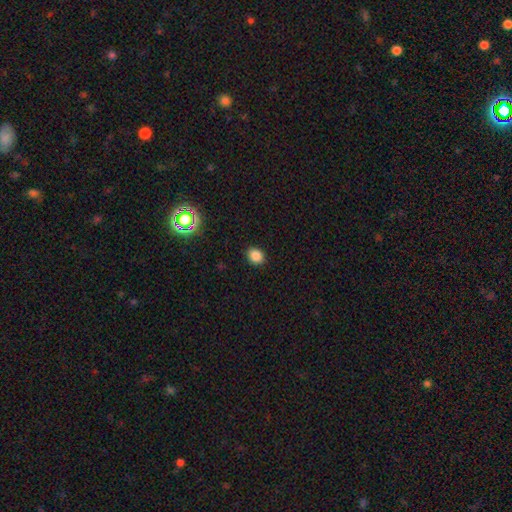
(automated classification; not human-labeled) A smooth galaxy with no disk features (85%) that is round (52%).

Vote fractions:
- Smooth or featured? smooth: 85% / star or artifact: 11% / featured or disk: 3%
- How rounded? round: 52% / in between: 48% / cigar-shaped: 1%
- Merging? none: 90% / minor disturbance: 7% / major disturbance: 2% / merger: 1%